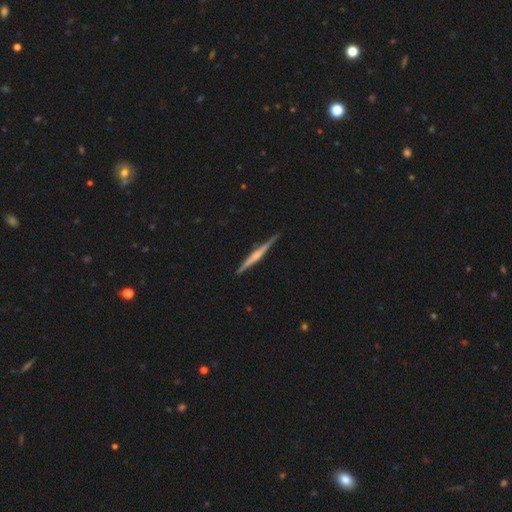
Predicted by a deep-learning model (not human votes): smooth_or_featured: featured or disk (p=0.68) [alt: smooth p=0.26]
disk_edge_on: yes (p=0.98) [alt: no p=0.02]
edge_on_bulge: rounded (p=0.46) [alt: none p=0.31]
merging: none (p=0.90) [alt: minor disturbance p=0.08]